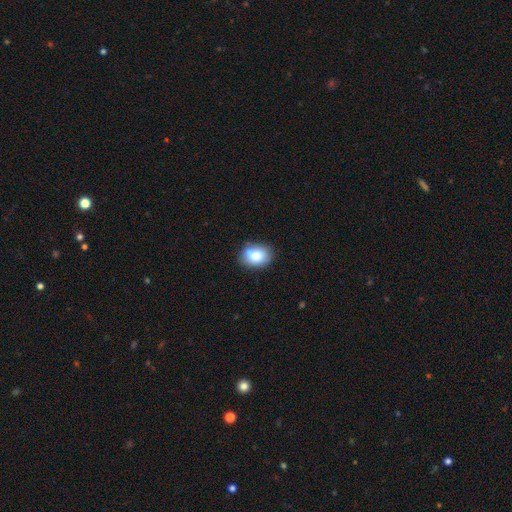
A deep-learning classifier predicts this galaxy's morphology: Smooth or featured? Predicted: smooth (p=0.77). How rounded? Predicted: in between (p=0.60). Merging? Predicted: none (p=0.63).